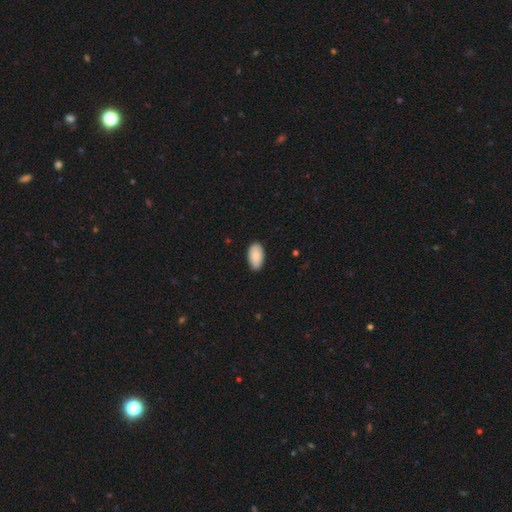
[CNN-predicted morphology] smooth-or-featured: smooth: 86% | featured or disk: 8% | star or artifact: 6%
  how-rounded: in between: 95% | round: 3% | cigar-shaped: 2%
  merging: none: 87% | minor disturbance: 11% | major disturbance: 2% | merger: 1%